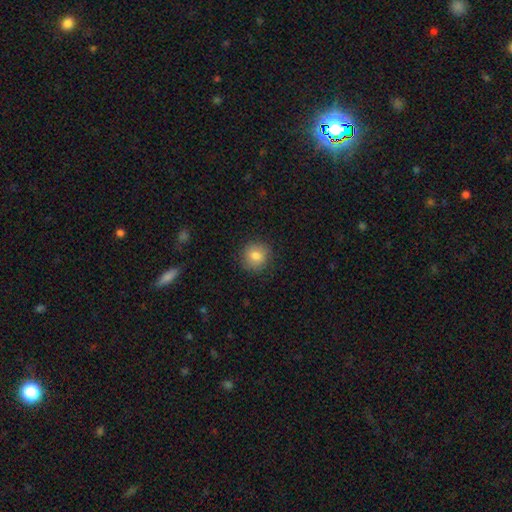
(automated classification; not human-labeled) This appears to be a smooth galaxy with no disk features (82%) that is round (90%). Merging: none (88%).